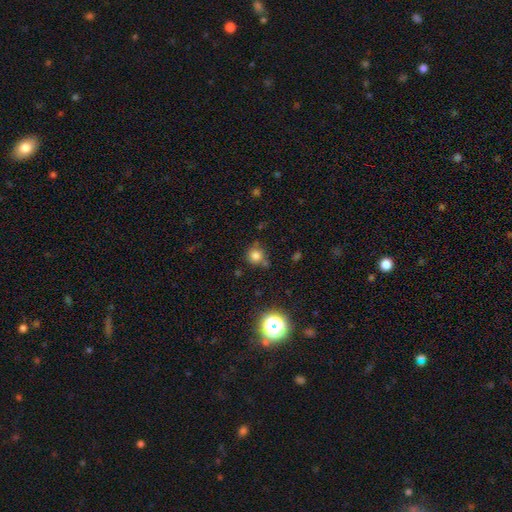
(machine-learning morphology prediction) Smooth or featured? Predicted: smooth (p=0.78). How rounded? Predicted: round (p=0.90). Merging? Predicted: none (p=0.70).